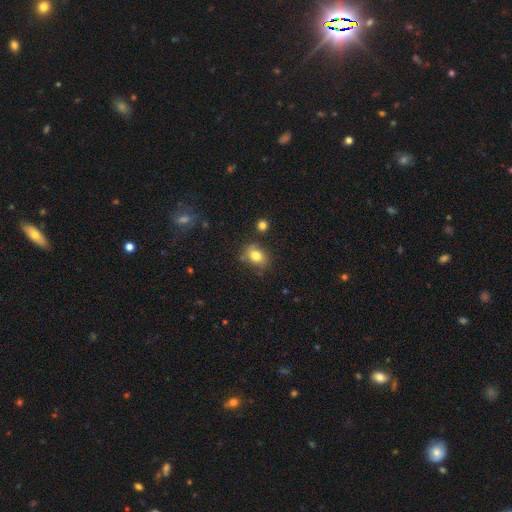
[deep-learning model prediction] smooth 78%, star or artifact 11%, featured or disk 11%. Down the decision tree: how rounded — in between (56%); merging — none (67%).